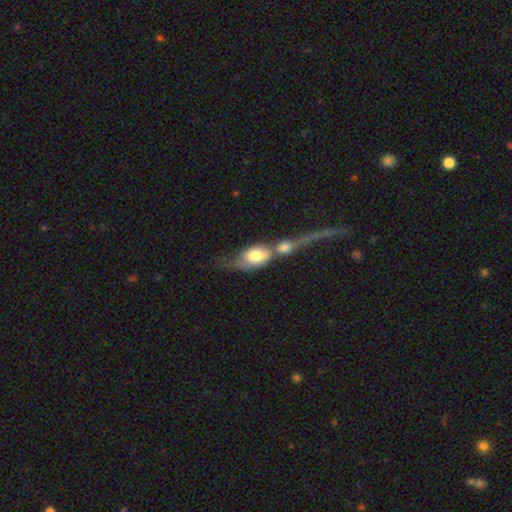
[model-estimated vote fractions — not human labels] A smooth galaxy with no disk features (63%) that is in between round and cigar-shaped (80%).

Vote fractions:
- Smooth or featured? smooth: 63% / featured or disk: 30% / star or artifact: 7%
- How rounded? in between: 80% / round: 14% / cigar-shaped: 7%
- Merging? merger: 67% / none: 13% / major disturbance: 12% / minor disturbance: 7%